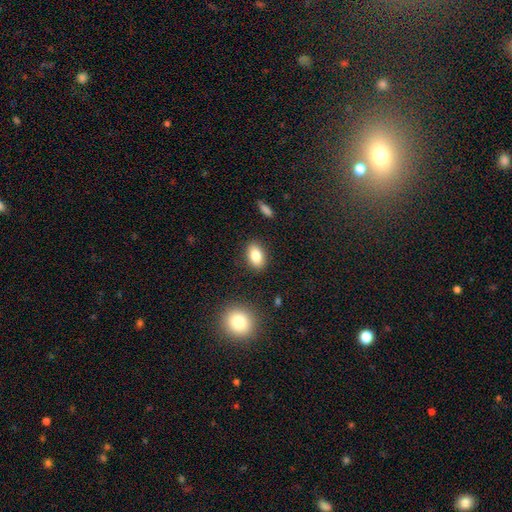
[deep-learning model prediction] Smooth or featured? Predicted: smooth (p=0.83). How rounded? Predicted: in between (p=0.87). Merging? Predicted: none (p=0.87).